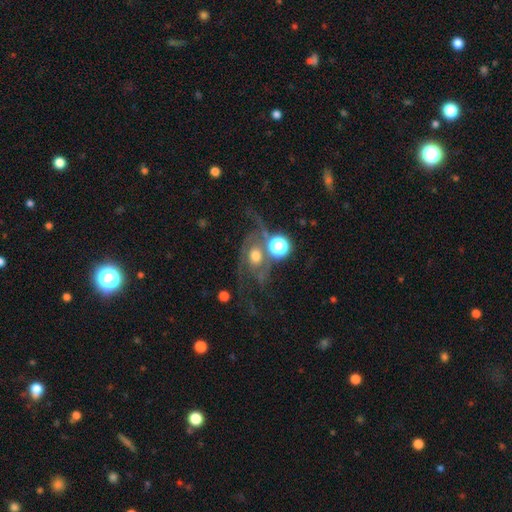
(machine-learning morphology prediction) A featured or disk galaxy (57%) with no bar (78%), spiral arms (71%) and a moderate central bulge (49%).

Vote fractions:
- Smooth or featured? featured or disk: 57% / smooth: 28% / star or artifact: 16%
- Edge-on disk? no: 93% / yes: 7%
- Bar? no: 78% / weak: 17% / strong: 5%
- Spiral arms? yes: 71% / no: 29%
- Bulge size? moderate: 49% / large: 24% / small: 16% / dominant: 7% / none: 5%
- Merging? none: 39% / major disturbance: 29% / merger: 16% / minor disturbance: 16%